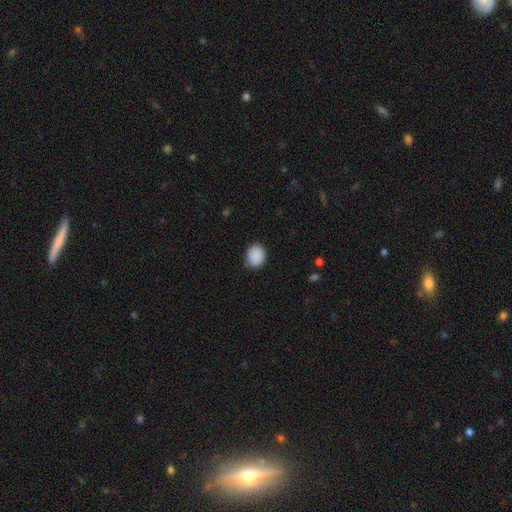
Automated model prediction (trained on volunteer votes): This is clearly a smooth galaxy (90%). How rounded: possibly round (58%). Merging: clearly none (83%).